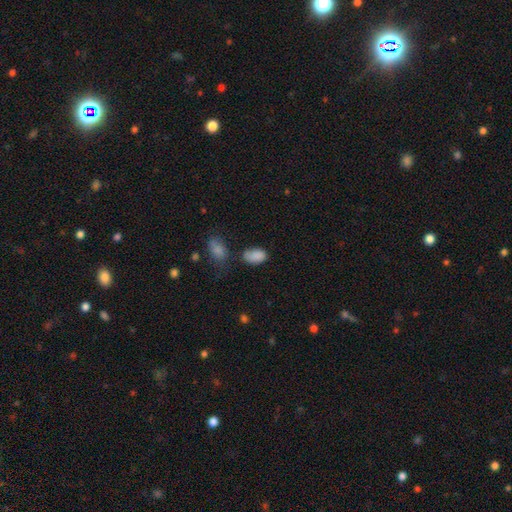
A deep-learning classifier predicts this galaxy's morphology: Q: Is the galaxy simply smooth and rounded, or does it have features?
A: smooth — 87%.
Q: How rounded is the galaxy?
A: in between — 92%.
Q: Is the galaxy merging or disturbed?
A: none — 60%.